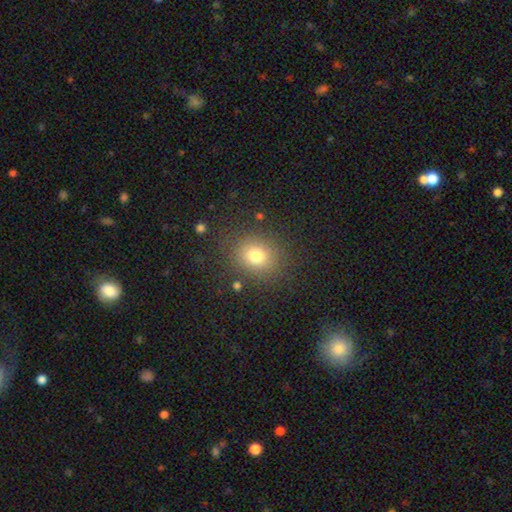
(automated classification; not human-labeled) smooth_or_featured: smooth (p=0.75) [alt: star or artifact p=0.15]
how_rounded: round (p=0.72) [alt: in between p=0.27]
merging: none (p=0.84) [alt: minor disturbance p=0.10]